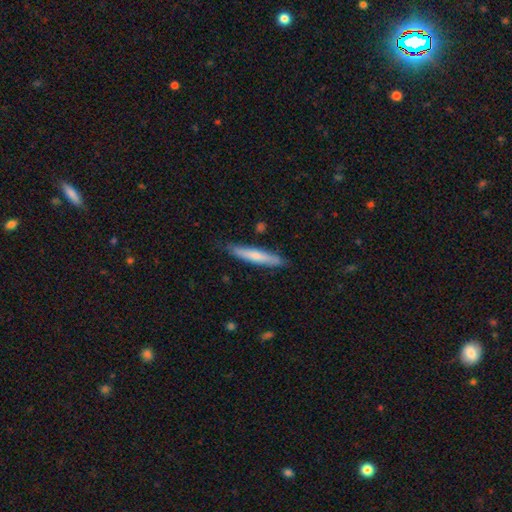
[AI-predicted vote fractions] The model was most divided on "smooth or featured": smooth: 67%, featured or disk: 28%, star or artifact: 5%. More confident: how rounded — cigar-shaped (92%); merging — none (85%).